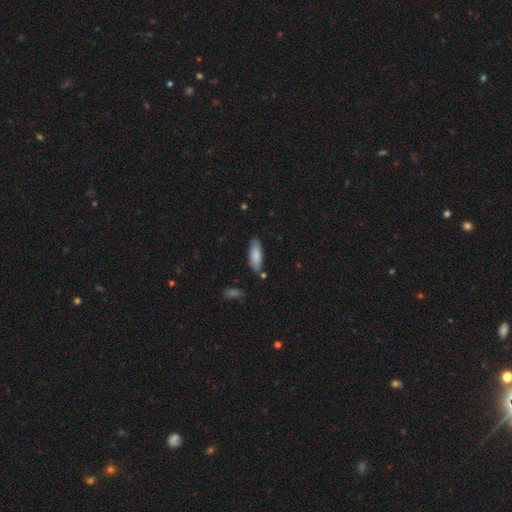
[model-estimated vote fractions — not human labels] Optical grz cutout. It shows a smooth galaxy with no disk features (83%) that is in between round and cigar-shaped (67%). Merging: none (80%).